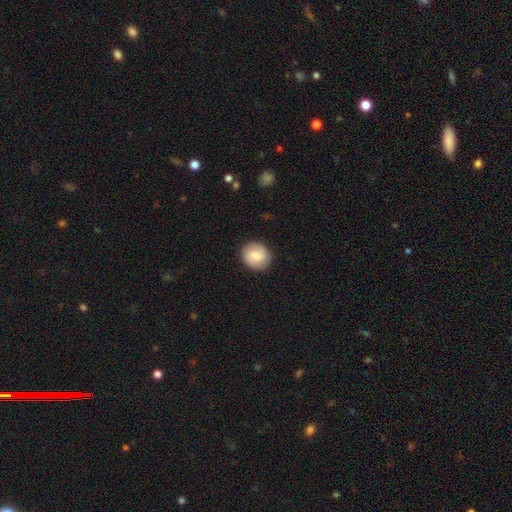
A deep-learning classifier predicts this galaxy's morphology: smooth-or-featured: smooth: 51% | featured or disk: 42% | star or artifact: 7%
  how-rounded: round: 74% | in between: 25% | cigar-shaped: 1%
  merging: none: 87% | minor disturbance: 10% | major disturbance: 3% | merger: 1%